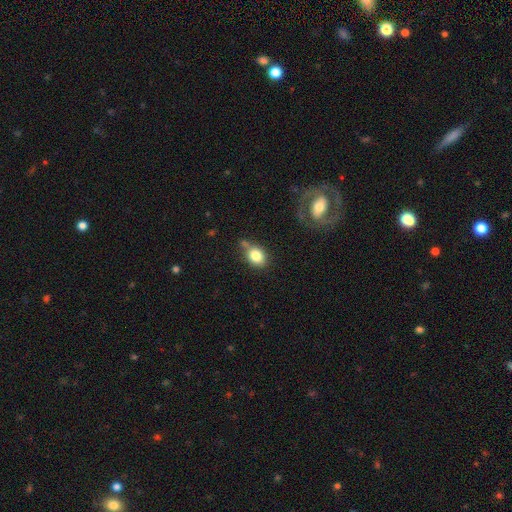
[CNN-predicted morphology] Q: Smooth or featured?
A: smooth (82%); runner-up: featured or disk (9%)
Q: How rounded?
A: in between (62%); runner-up: round (37%)
Q: Merging?
A: none (58%); runner-up: minor disturbance (21%)